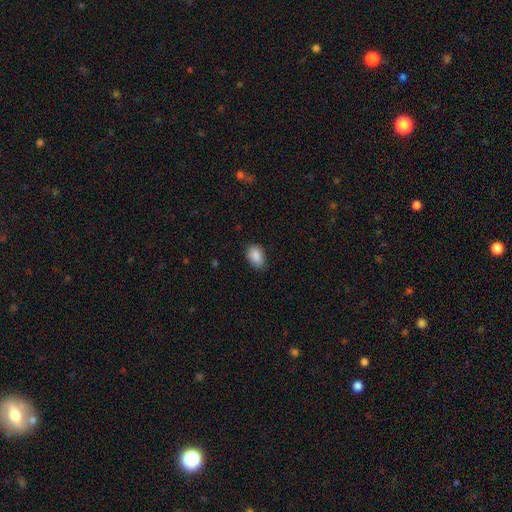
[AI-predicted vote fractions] The model was most divided on "merging": none: 79%, minor disturbance: 17%, major disturbance: 3%, merger: 1%. More confident: smooth or featured — smooth (88%); how rounded — in between (84%).